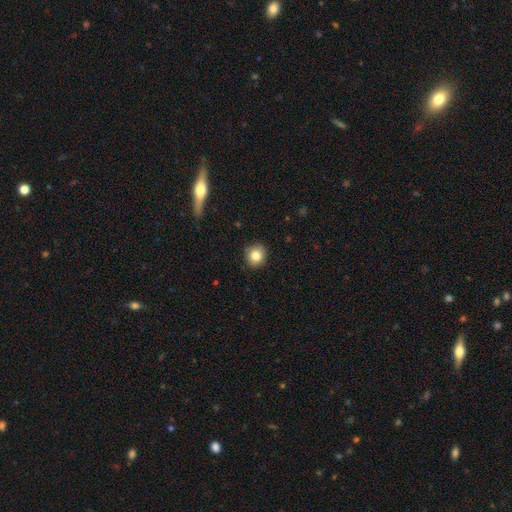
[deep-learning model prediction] A smooth galaxy with no disk features (82%) that is round (88%). Merging: none (88%).